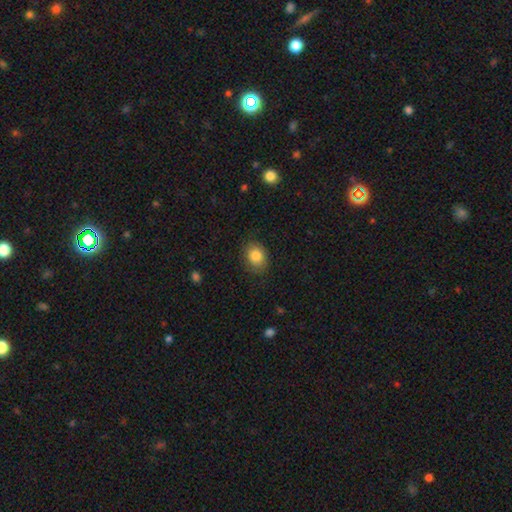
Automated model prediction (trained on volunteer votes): smooth-or-featured: smooth: 83% | star or artifact: 9% | featured or disk: 8%
  how-rounded: in between: 51% | round: 48% | cigar-shaped: 1%
  merging: none: 83% | minor disturbance: 13% | major disturbance: 3% | merger: 1%